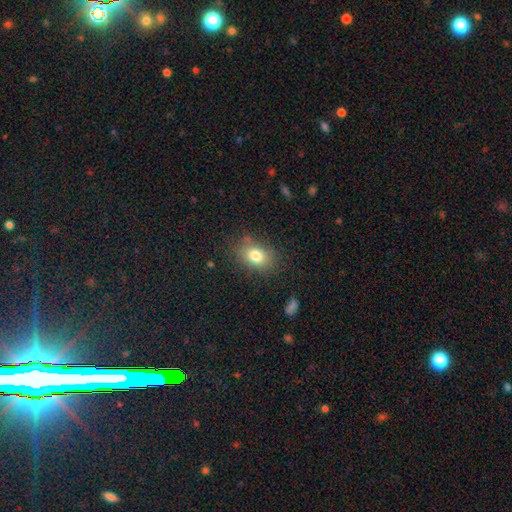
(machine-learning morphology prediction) This appears to be a smooth galaxy with no disk features (79%) that is in between round and cigar-shaped (68%). Merging: none (78%).